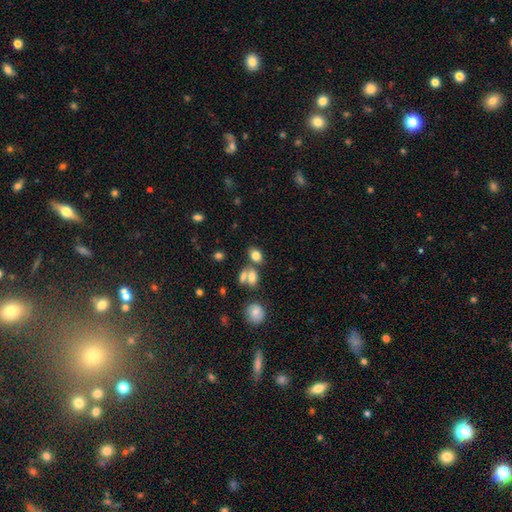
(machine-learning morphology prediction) smooth_or_featured: smooth (p=0.77) [alt: star or artifact p=0.13]
how_rounded: in between (p=0.74) [alt: round p=0.24]
merging: none (p=0.57) [alt: merger p=0.27]